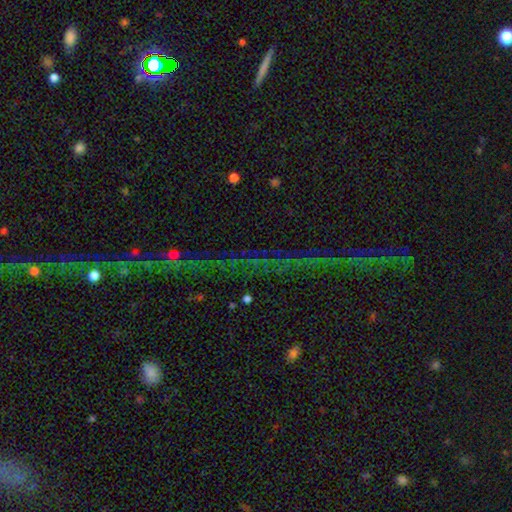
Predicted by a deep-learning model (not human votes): smooth-or-featured: star or artifact: 72% | featured or disk: 15% | smooth: 13%